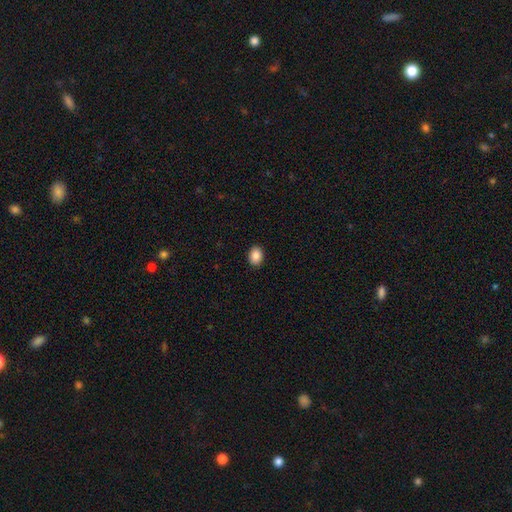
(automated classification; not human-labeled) Smooth or featured? Predicted: smooth (p=0.87). How rounded? Predicted: in between (p=0.63). Merging? Predicted: none (p=0.91).